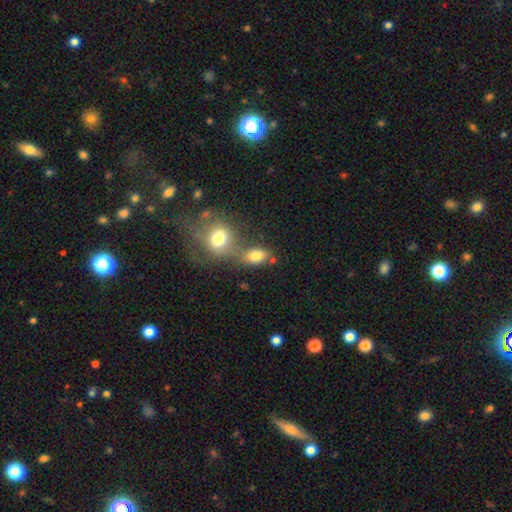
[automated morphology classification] Smooth or featured? smooth (78%)
How rounded? in between (79%)
Merging? merger (46%)